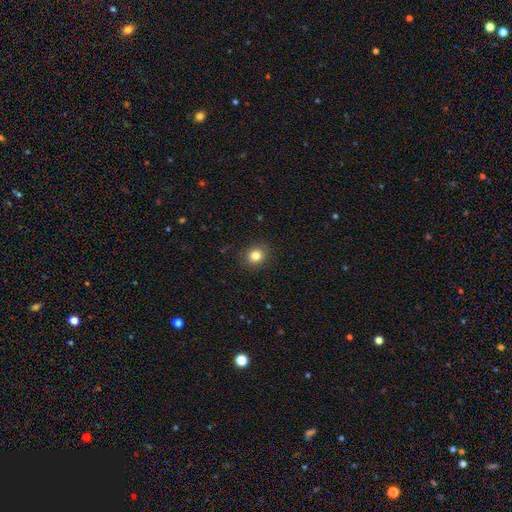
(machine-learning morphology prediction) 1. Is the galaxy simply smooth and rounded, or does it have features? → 83% smooth, 12% star or artifact, 6% featured or disk.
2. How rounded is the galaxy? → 87% round, 12% in between, 1% cigar-shaped.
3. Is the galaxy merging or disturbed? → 90% none, 7% minor disturbance, 2% major disturbance, 1% merger.